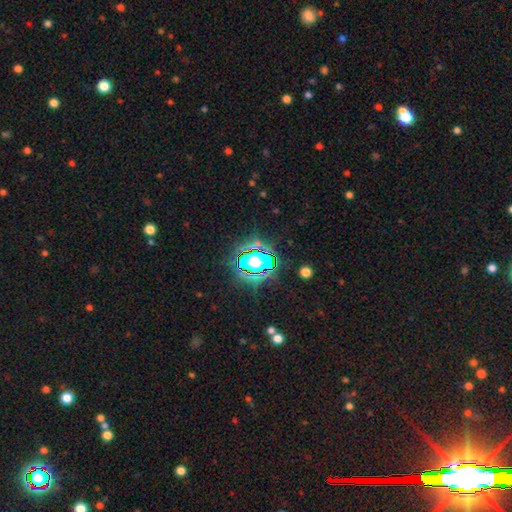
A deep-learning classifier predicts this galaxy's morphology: star or artifact 77%, smooth 14%, featured or disk 9%.